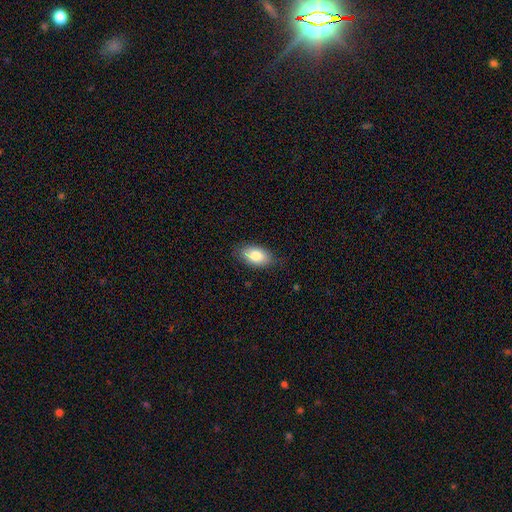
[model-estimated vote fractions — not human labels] The model was most divided on "merging": none: 82%, minor disturbance: 14%, major disturbance: 3%, merger: 1%. More confident: how rounded — in between (92%); smooth or featured — smooth (82%).